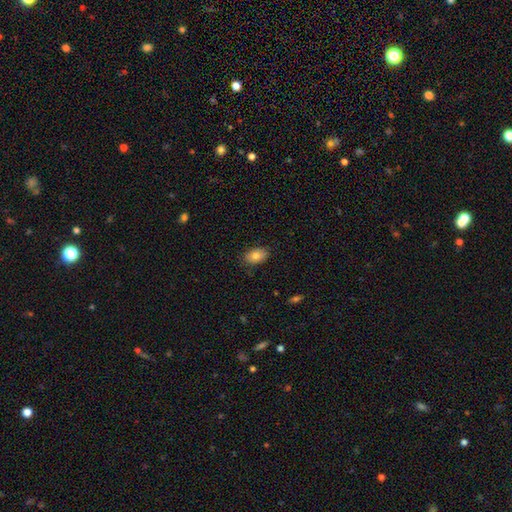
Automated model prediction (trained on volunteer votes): smooth-or-featured: smooth: 81% | featured or disk: 11% | star or artifact: 8%
  how-rounded: in between: 89% | round: 9% | cigar-shaped: 2%
  merging: none: 85% | minor disturbance: 12% | major disturbance: 2% | merger: 1%